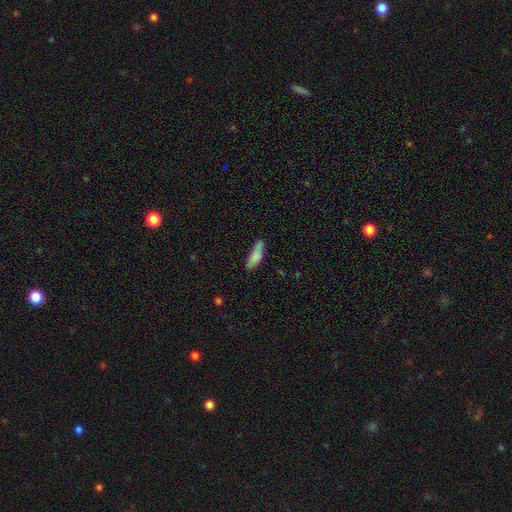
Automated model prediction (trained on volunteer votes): Q: Smooth or featured?
A: smooth (83%); runner-up: featured or disk (10%)
Q: How rounded?
A: cigar-shaped (50%); runner-up: in between (48%)
Q: Merging?
A: none (65%); runner-up: minor disturbance (26%)